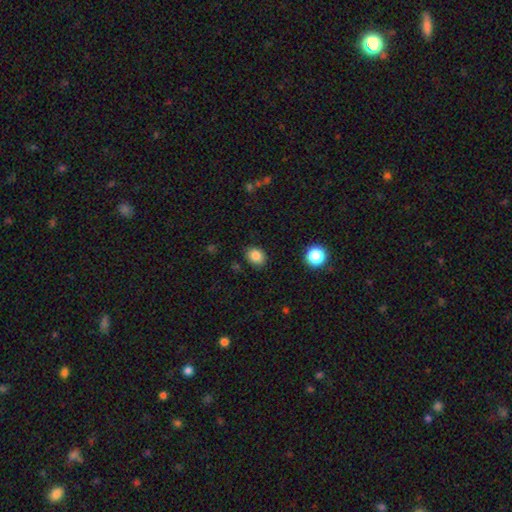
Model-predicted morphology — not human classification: This appears to be a smooth galaxy with no disk features (84%) that is round (52%). Merging: none (85%).